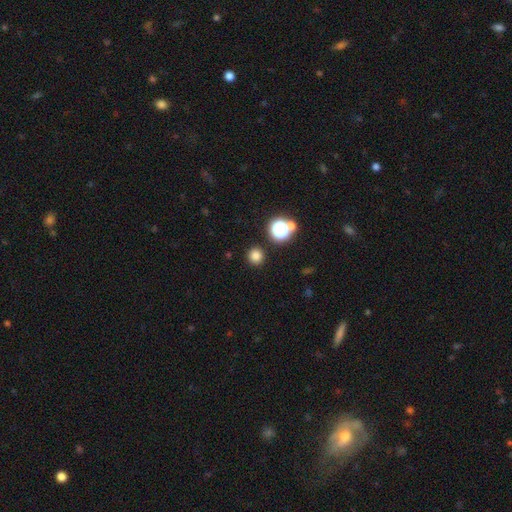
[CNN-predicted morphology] Smooth or featured? smooth (78%)
How rounded? round (95%)
Merging? none (90%)